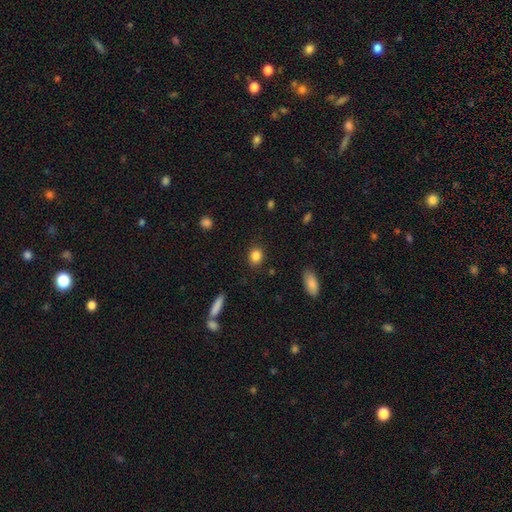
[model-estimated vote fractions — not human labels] A smooth galaxy with no disk features (85%) that is round (54%).

Vote fractions:
- Smooth or featured? smooth: 85% / star or artifact: 9% / featured or disk: 5%
- How rounded? round: 54% / in between: 44% / cigar-shaped: 2%
- Merging? none: 86% / minor disturbance: 9% / major disturbance: 3% / merger: 2%